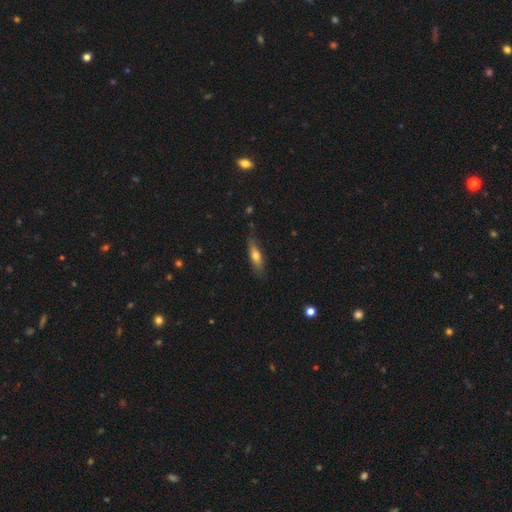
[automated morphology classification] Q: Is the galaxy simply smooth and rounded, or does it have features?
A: smooth — 62%.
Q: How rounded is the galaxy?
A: cigar-shaped — 58%.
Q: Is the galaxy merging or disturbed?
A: none — 78%.